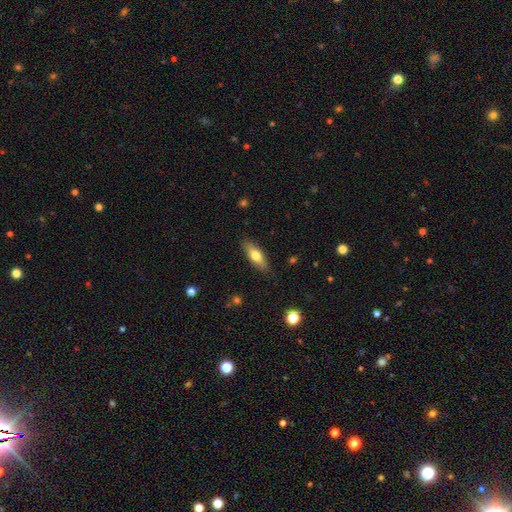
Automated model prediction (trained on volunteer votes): Smooth or featured?
  - smooth: 67% *
  - featured or disk: 27%
  - star or artifact: 6%
How rounded?
  - in between: 62% *
  - cigar-shaped: 36%
  - round: 3%
Merging?
  - none: 86% *
  - minor disturbance: 11%
  - major disturbance: 2%
  - merger: 1%